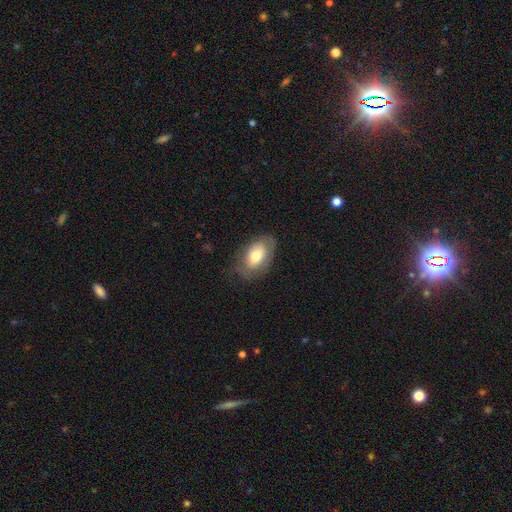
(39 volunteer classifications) Smooth or featured: smooth — 69% (featured or disk — 26%)
How rounded: in between — 93% (round — 7%)
Merging: none — 68% (minor disturbance — 30%)